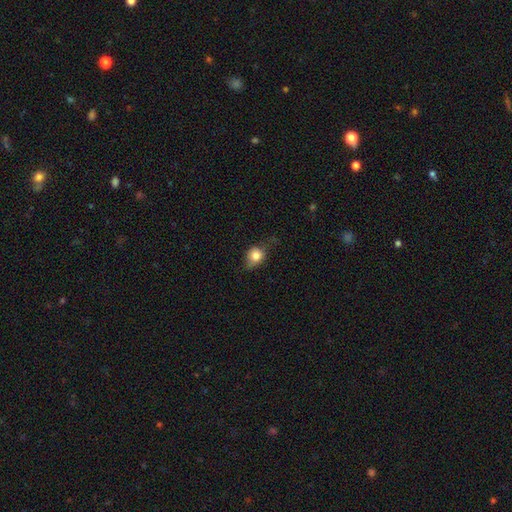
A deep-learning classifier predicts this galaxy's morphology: A smooth galaxy with no disk features (73%) that is round (60%). Merging: none (50%).